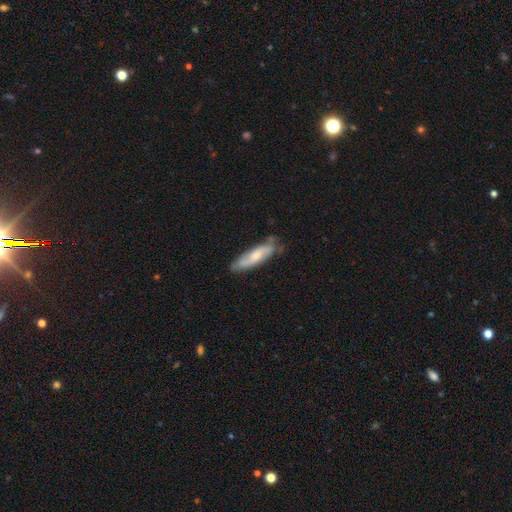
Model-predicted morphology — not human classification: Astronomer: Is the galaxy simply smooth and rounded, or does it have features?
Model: smooth — 56% (runner-up: featured or disk, 38%).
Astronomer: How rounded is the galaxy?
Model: cigar-shaped — 66%.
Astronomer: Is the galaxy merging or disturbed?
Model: none — 67%.